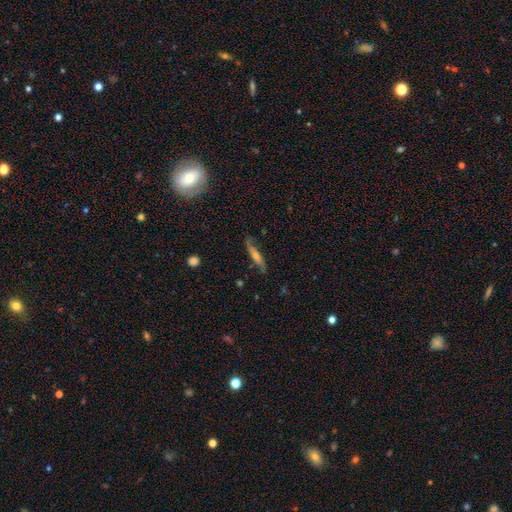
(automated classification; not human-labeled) The model was most divided on "edge-on disk": yes: 55%, no: 45%. More confident: merging — none (75%); smooth or featured — featured or disk (66%).